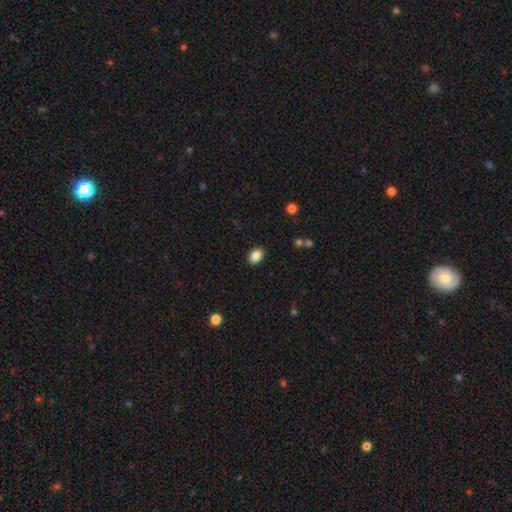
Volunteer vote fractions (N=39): Smooth or featured? 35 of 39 (90%) said smooth. How rounded? 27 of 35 (77%) said in between. Merging? 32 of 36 (89%) said none.